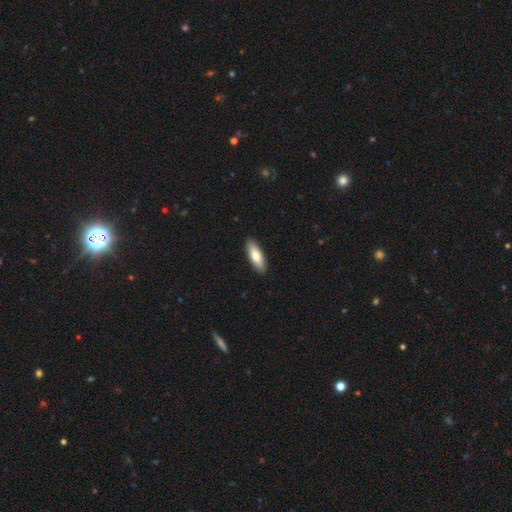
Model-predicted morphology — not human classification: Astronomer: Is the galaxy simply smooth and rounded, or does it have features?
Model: smooth — 78%.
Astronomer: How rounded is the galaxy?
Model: in between — 57% (runner-up: cigar-shaped, 41%).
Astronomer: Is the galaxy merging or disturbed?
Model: none — 91%.